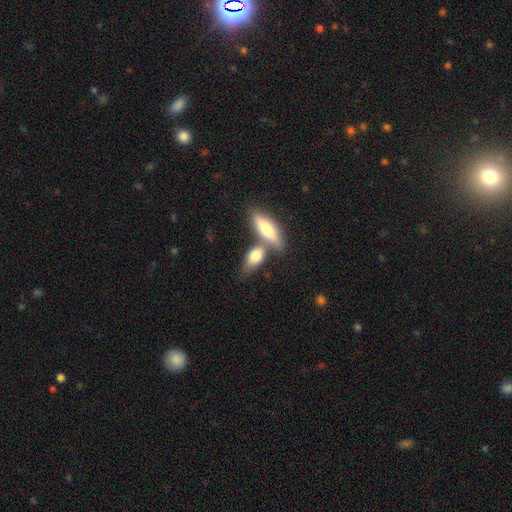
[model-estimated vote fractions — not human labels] smooth-or-featured: smooth: 73% | featured or disk: 22% | star or artifact: 6%
  how-rounded: in between: 74% | cigar-shaped: 20% | round: 6%
  merging: merger: 42% (tied) | none: 42% (tied) | minor disturbance: 12% | major disturbance: 4%